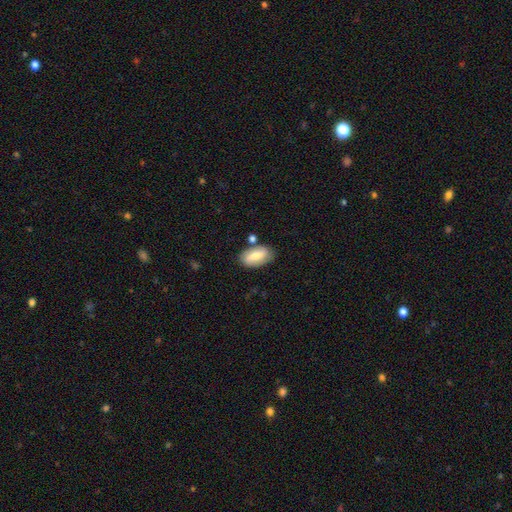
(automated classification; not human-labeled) smooth 67%, featured or disk 27%, star or artifact 7%. Down the decision tree: how rounded — in between (92%); merging — none (73%).